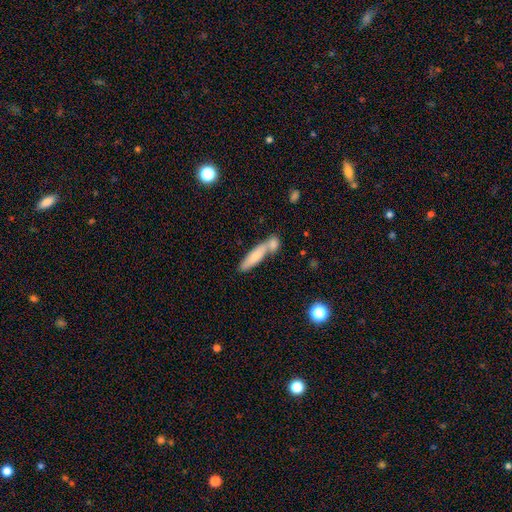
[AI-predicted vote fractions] Smooth or featured? Predicted: smooth (p=0.73). How rounded? Predicted: cigar-shaped (p=0.75). Merging? Predicted: none (p=0.43).